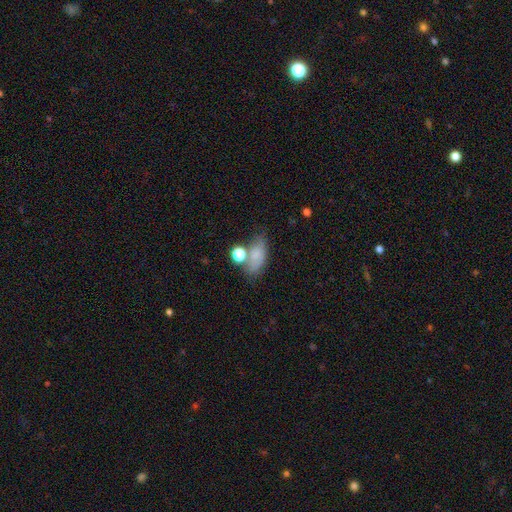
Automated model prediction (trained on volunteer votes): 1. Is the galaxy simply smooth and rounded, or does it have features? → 74% smooth, 14% featured or disk, 12% star or artifact.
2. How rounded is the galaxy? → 81% in between, 13% round, 6% cigar-shaped.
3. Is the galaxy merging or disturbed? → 50% none, 21% minor disturbance, 19% merger, 11% major disturbance.